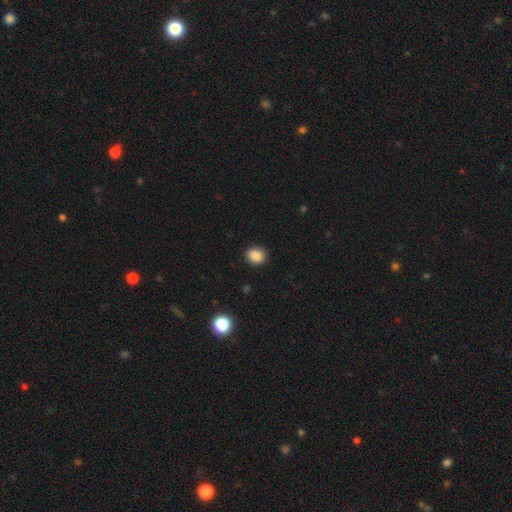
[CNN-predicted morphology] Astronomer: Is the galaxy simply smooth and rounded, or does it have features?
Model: smooth — 87%.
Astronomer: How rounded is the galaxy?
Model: round — 71%.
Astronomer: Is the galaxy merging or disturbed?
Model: none — 89%.